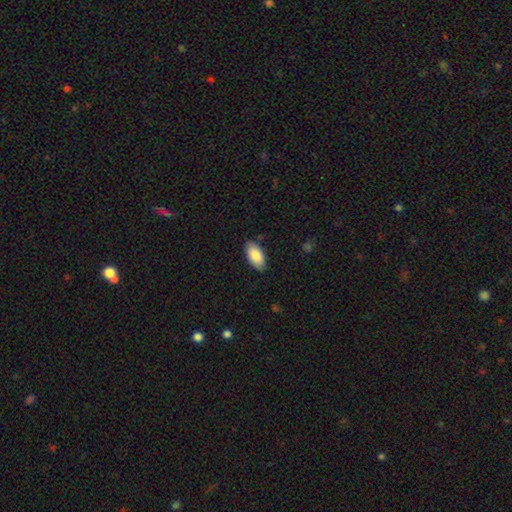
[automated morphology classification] This is clearly a smooth galaxy (86%). How rounded: clearly in between (94%). Merging: clearly none (84%).